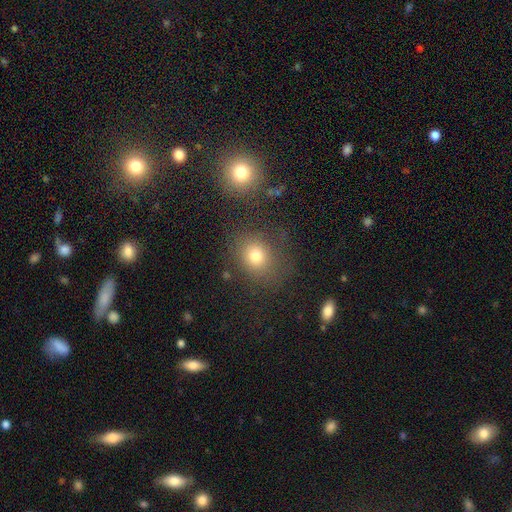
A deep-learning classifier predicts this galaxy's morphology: The model was most divided on "how rounded": round: 65%, in between: 34%, cigar-shaped: 1%. More confident: smooth or featured — smooth (74%); merging — none (69%).